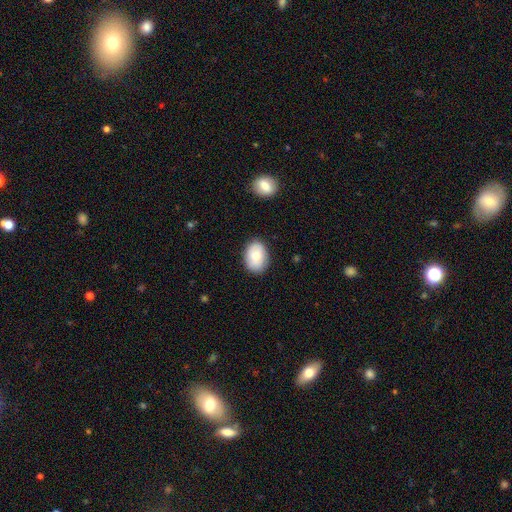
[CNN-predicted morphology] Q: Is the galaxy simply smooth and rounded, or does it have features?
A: smooth — 75%.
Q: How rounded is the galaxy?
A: in between — 74%.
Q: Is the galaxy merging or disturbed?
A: none — 85%.